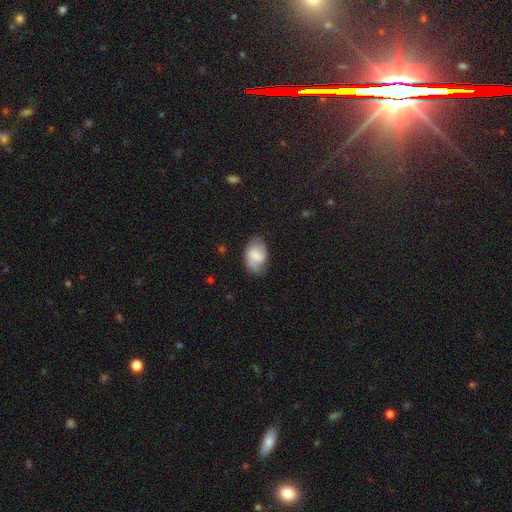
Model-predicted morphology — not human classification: This appears to be a smooth galaxy with no disk features (50%) that is in between round and cigar-shaped (86%). Merging: none (61%).